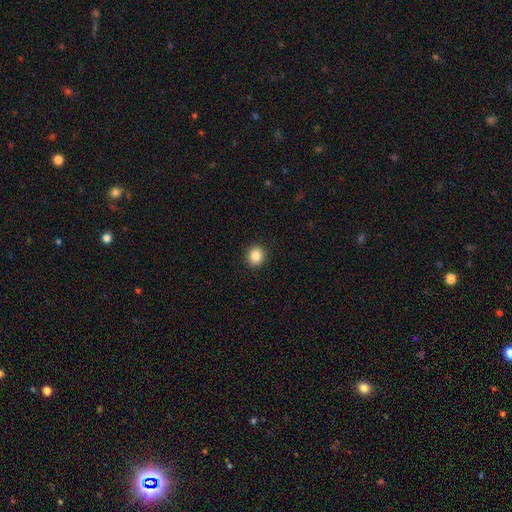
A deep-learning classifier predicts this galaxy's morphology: Smooth or featured?
  - smooth: 86% *
  - star or artifact: 10%
  - featured or disk: 4%
How rounded?
  - round: 86% *
  - in between: 13%
  - cigar-shaped: 1%
Merging?
  - none: 93% *
  - minor disturbance: 5%
  - major disturbance: 2%
  - merger: 1%